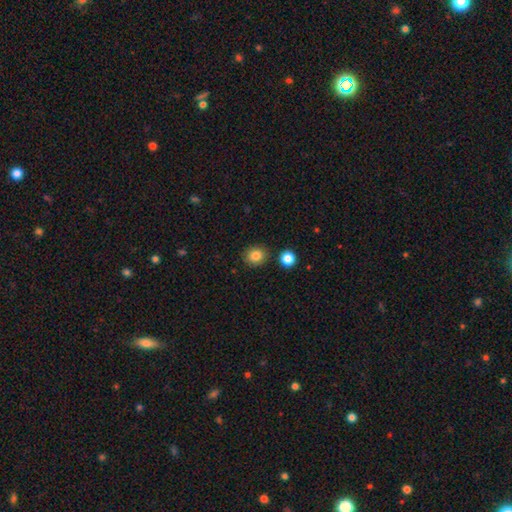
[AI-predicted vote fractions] A smooth galaxy with no disk features (85%) that is round (79%). Merging: none (86%).